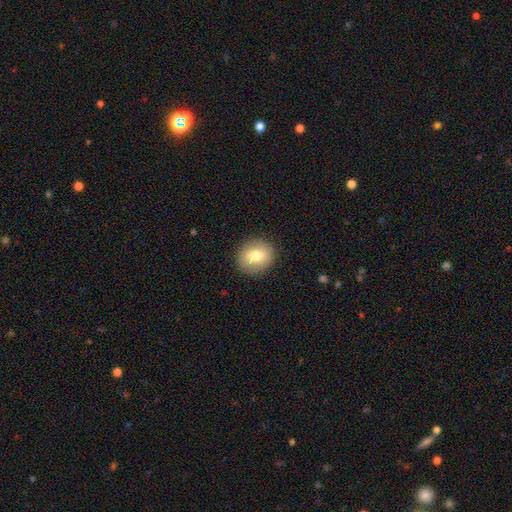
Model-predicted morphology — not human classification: The model was most divided on "how rounded": round: 75%, in between: 24%, cigar-shaped: 1%. More confident: merging — none (88%); smooth or featured — smooth (73%).